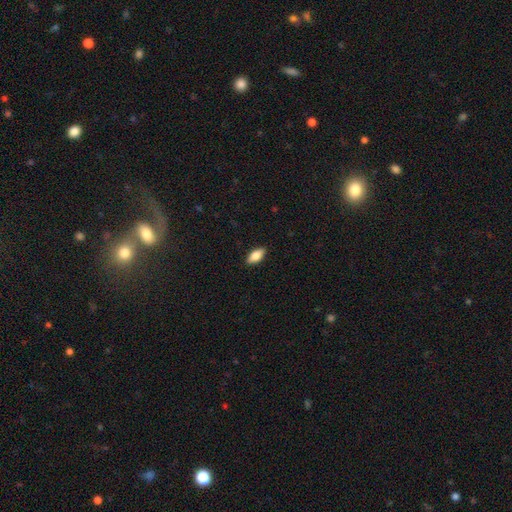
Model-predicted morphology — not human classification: Overall: smooth (79%). How rounded: in between (87%). Merging: none (89%).